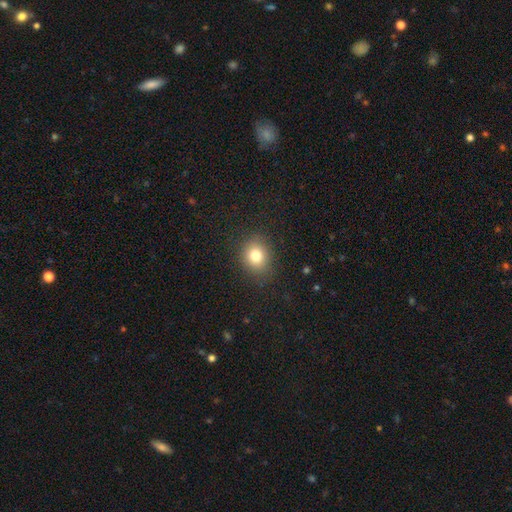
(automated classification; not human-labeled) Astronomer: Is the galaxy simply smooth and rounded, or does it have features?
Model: smooth — 79%.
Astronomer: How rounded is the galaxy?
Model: round — 67%.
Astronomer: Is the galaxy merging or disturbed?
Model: none — 85%.